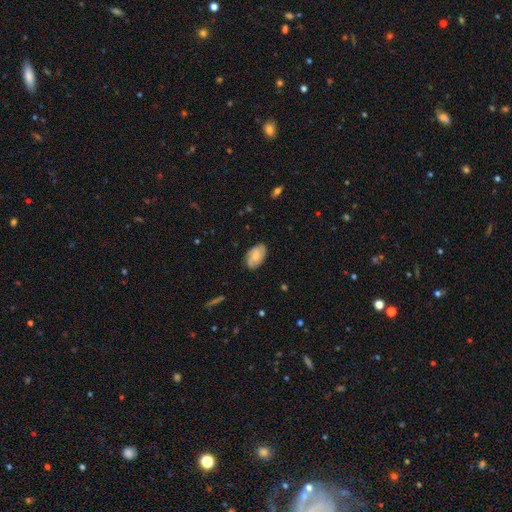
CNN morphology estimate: A smooth galaxy with no disk features (52%) that is in between round and cigar-shaped (92%). Merging: none (81%).